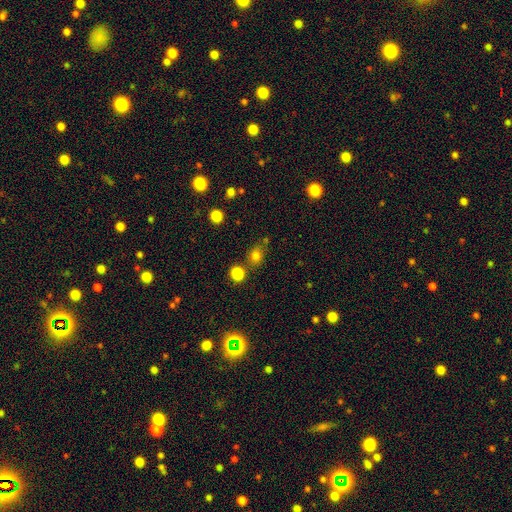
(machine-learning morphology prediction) The model was most divided on "how rounded": round: 57%, in between: 41%, cigar-shaped: 2%. More confident: smooth or featured — smooth (78%); merging — none (65%).